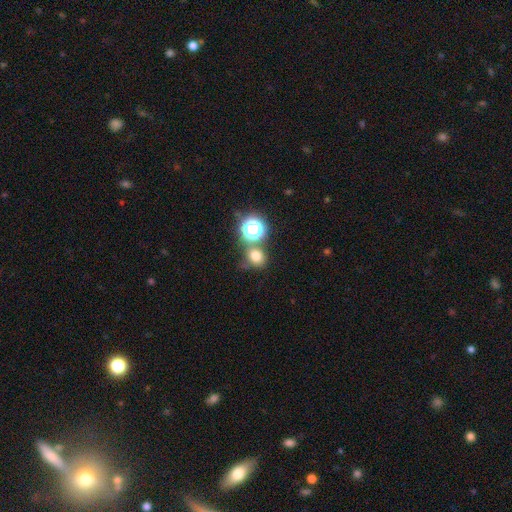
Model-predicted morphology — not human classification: smooth_or_featured: smooth (p=0.70) [alt: star or artifact p=0.22]
how_rounded: round (p=0.75) [alt: in between p=0.24]
merging: none (p=0.65) [alt: merger p=0.19]